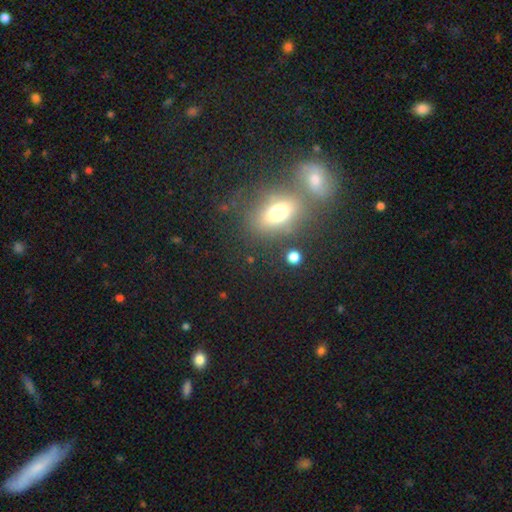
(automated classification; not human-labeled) This is possibly a smooth galaxy (54%). How rounded: likely in between (65%). Merging: possibly merger (54%).